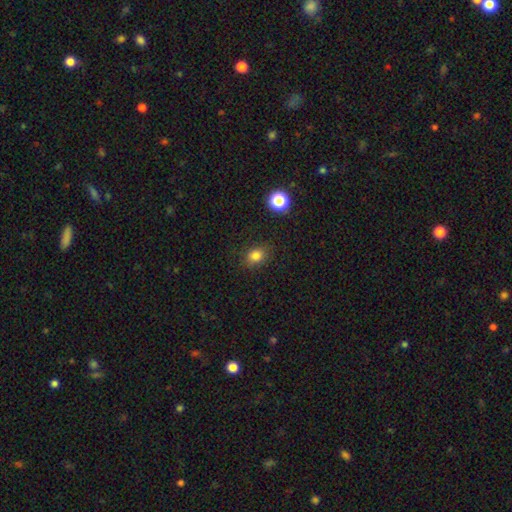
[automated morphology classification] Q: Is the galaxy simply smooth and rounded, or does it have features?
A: smooth — 81%.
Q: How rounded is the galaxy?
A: in between — 52%.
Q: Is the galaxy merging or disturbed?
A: none — 86%.